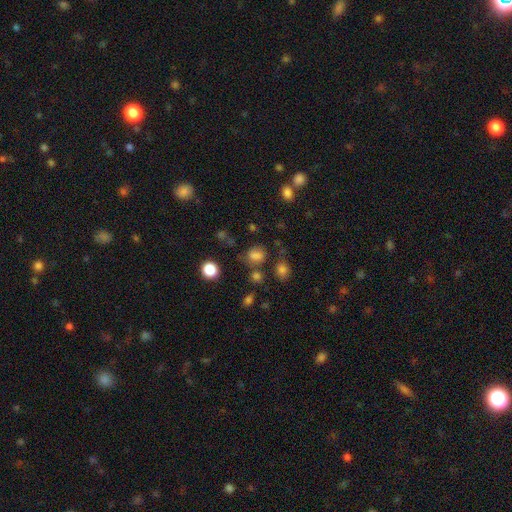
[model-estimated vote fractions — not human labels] Morphology: type=smooth (76%); roundness=round (56%); merging=none (66%).